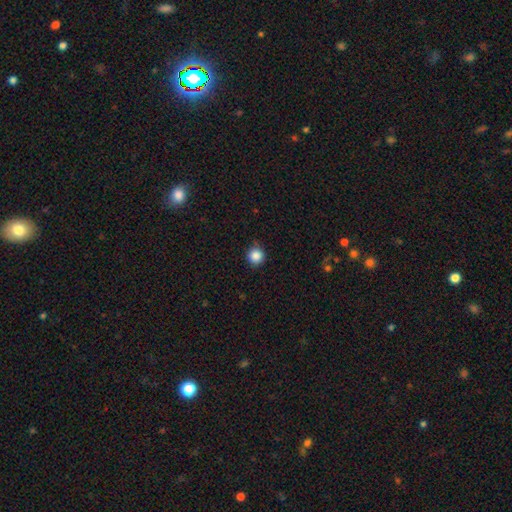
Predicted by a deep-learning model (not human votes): smooth_or_featured: smooth (p=0.86) [alt: star or artifact p=0.11]
how_rounded: round (p=0.95) [alt: in between p=0.04]
merging: none (p=0.86) [alt: minor disturbance p=0.11]